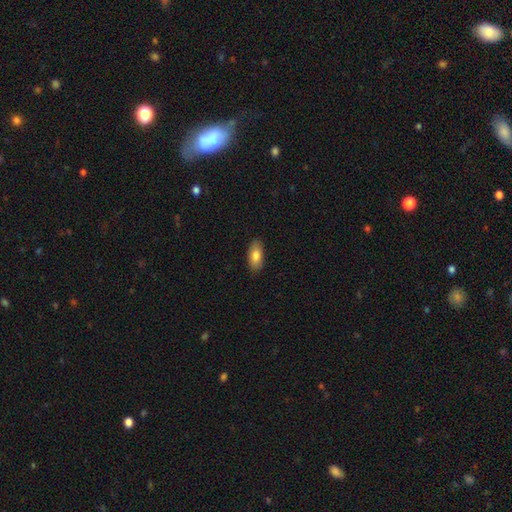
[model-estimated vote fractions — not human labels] smooth 81%, featured or disk 12%, star or artifact 7%. Down the decision tree: how rounded — in between (89%); merging — none (87%).